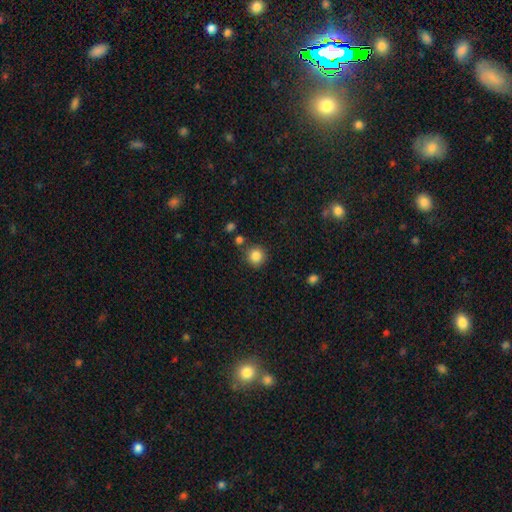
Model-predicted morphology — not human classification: Overall: smooth (85%). How rounded: round (92%). Merging: none (83%).